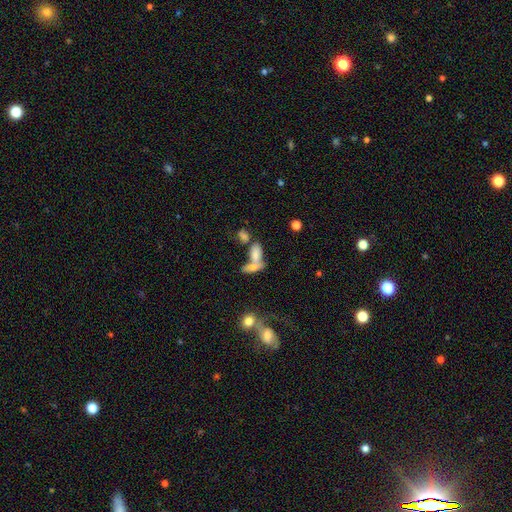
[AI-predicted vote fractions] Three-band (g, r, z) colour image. It shows a smooth galaxy with no disk features (67%) that is in between round and cigar-shaped (80%). Merging: merger (59%).